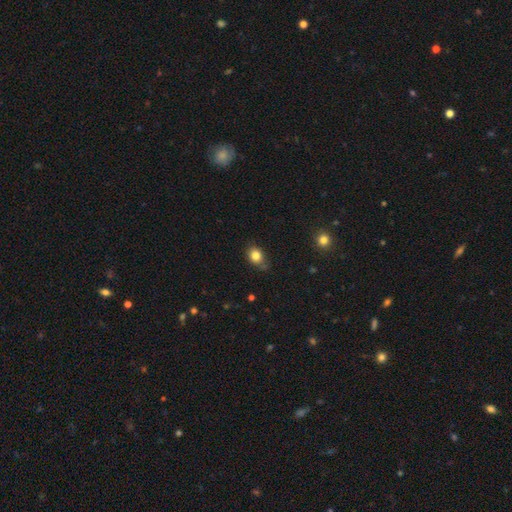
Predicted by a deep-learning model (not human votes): This appears to be a smooth galaxy with no disk features (83%) that is round (52%). Merging: none (69%).